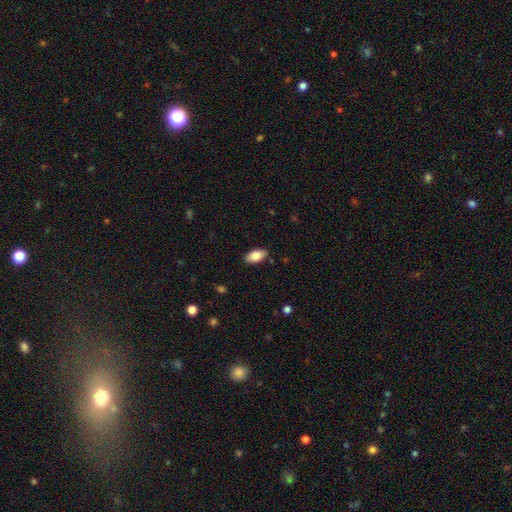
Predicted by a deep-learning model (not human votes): smooth-or-featured: smooth: 82% | featured or disk: 11% | star or artifact: 7%
  how-rounded: in between: 93% | cigar-shaped: 4% | round: 3%
  merging: none: 87% | minor disturbance: 10% | major disturbance: 2% | merger: 1%